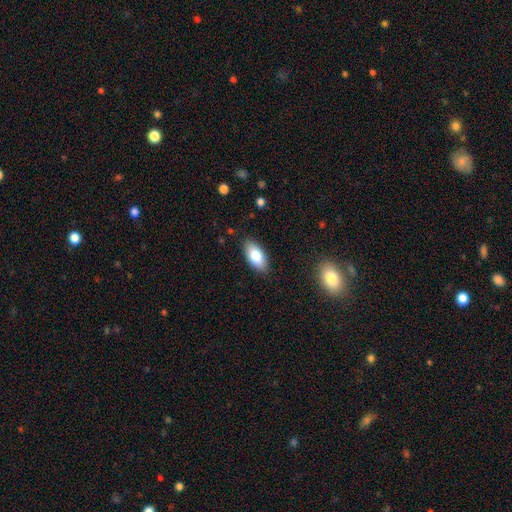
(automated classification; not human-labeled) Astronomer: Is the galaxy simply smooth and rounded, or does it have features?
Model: smooth — 82%.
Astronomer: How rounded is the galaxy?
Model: in between — 92%.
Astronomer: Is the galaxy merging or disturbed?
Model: none — 86%.